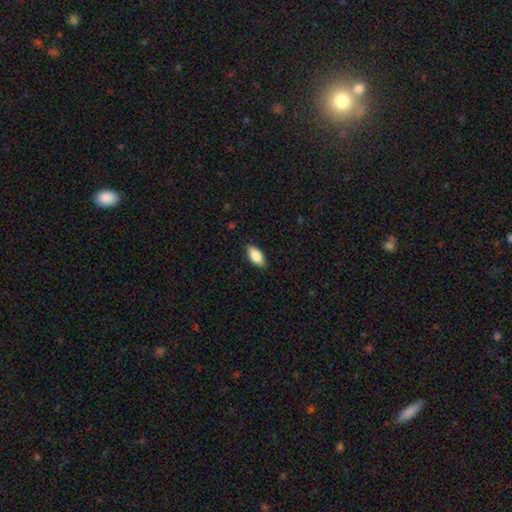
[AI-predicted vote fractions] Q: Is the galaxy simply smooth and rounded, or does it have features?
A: smooth — 81%.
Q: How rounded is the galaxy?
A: in between — 88%.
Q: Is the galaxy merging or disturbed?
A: none — 87%.